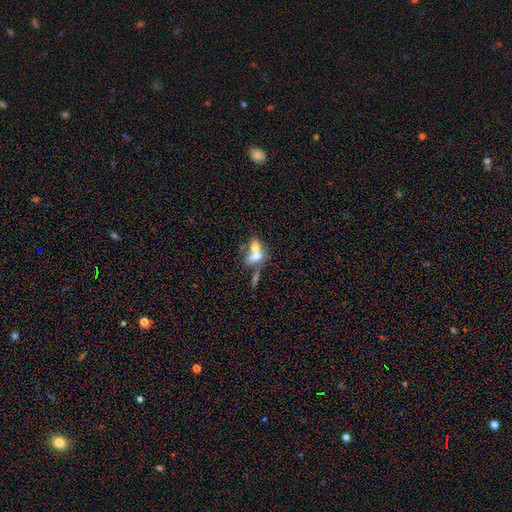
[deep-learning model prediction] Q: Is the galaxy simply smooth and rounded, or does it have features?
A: smooth — 63%.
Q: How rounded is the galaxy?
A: in between — 74%.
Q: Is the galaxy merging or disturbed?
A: merger — 67%.